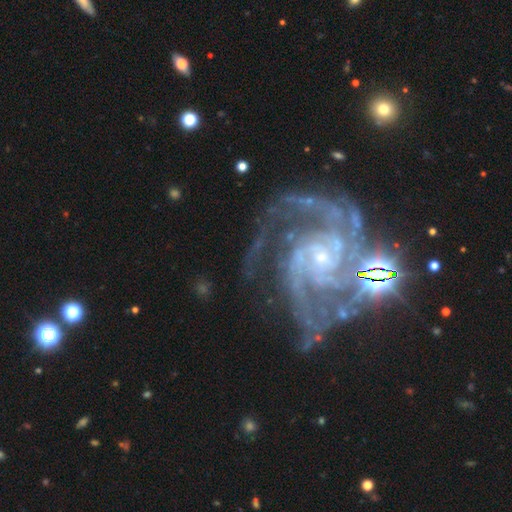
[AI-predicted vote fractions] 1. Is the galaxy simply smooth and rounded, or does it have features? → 91% featured or disk, 6% star or artifact, 2% smooth.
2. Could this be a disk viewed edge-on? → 98% no, 2% yes.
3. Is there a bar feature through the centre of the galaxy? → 59% no, 29% weak, 12% strong.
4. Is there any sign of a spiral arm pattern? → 99% yes, 1% no.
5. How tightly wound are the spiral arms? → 50% tight, 43% medium, 7% loose.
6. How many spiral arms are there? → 32% 2, 27% 3, 13% 4, 12% can't tell, 8% more than 4, 7% 1.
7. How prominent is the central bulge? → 82% small, 11% moderate, 5% none, 1% large, 1% dominant.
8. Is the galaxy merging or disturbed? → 61% none, 19% minor disturbance, 14% major disturbance, 5% merger.